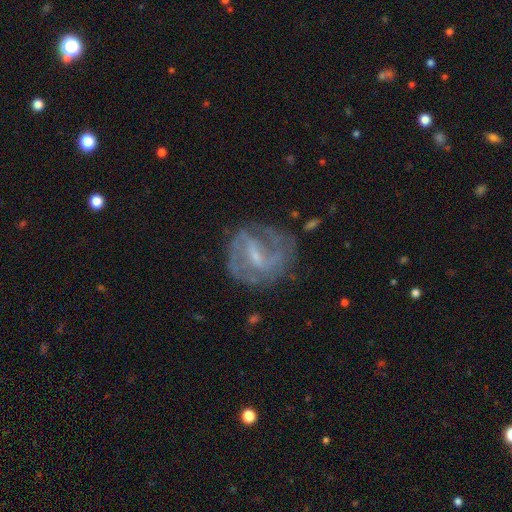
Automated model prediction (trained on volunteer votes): Smooth or featured: featured or disk — 81% (smooth — 11%)
Edge-on disk: no — 97% (yes — 3%)
Bar: weak — 51% (strong — 35%)
Spiral arms: yes — 89% (no — 11%)
Spiral winding: medium — 48% (tight — 33%)
Spiral arm count: 2 — 68% (can't tell — 16%)
Bulge size: small — 55% (moderate — 24%)
Merging: none — 68% (minor disturbance — 19%)